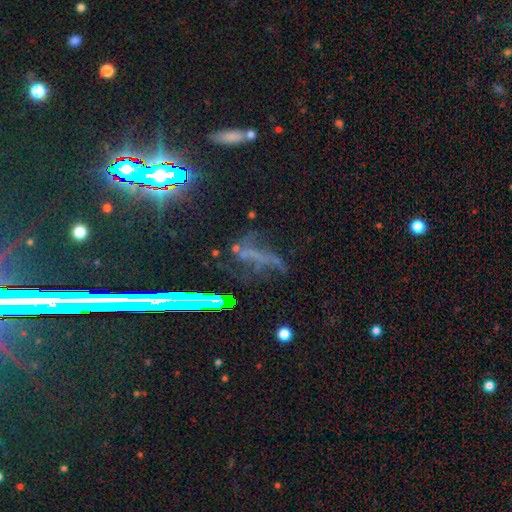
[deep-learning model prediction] smooth_or_featured: featured or disk (p=0.40) [alt: star or artifact p=0.38]
merging: none (p=0.44) [alt: major disturbance p=0.28]